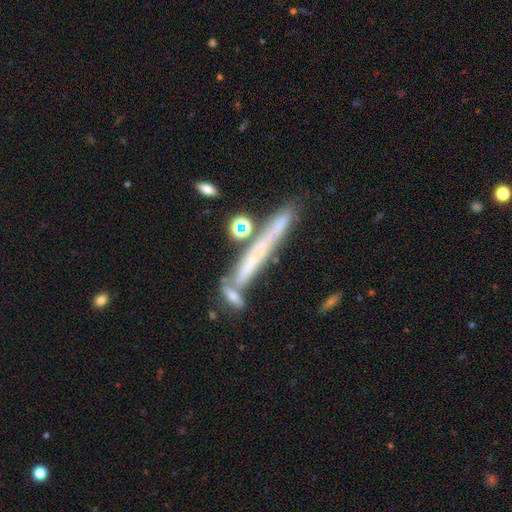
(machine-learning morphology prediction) Q: Smooth or featured?
A: featured or disk (55%); runner-up: smooth (33%)
Q: Edge-on disk?
A: yes (81%); runner-up: no (19%)
Q: Merging?
A: none (51%); runner-up: merger (23%)